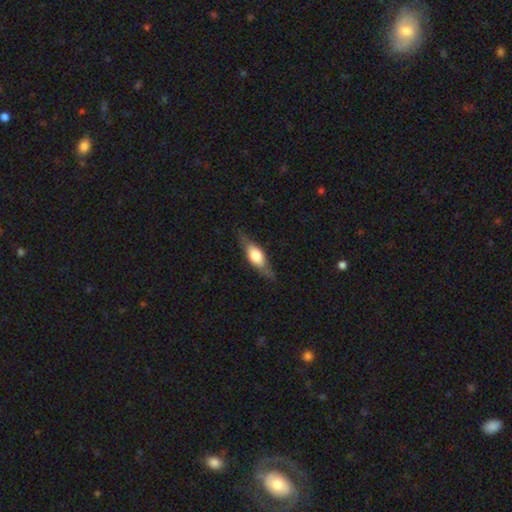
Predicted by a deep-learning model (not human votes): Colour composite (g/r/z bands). It shows a featured or disk galaxy (48%). Merging: none (77%).